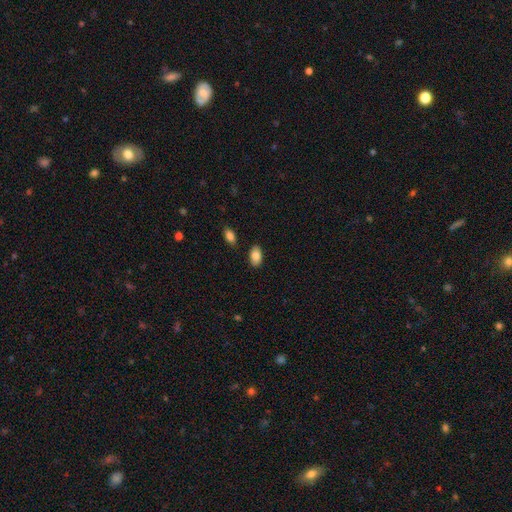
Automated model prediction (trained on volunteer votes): This appears to be a smooth galaxy with no disk features (85%) that is in between round and cigar-shaped (93%). Merging: none (86%).